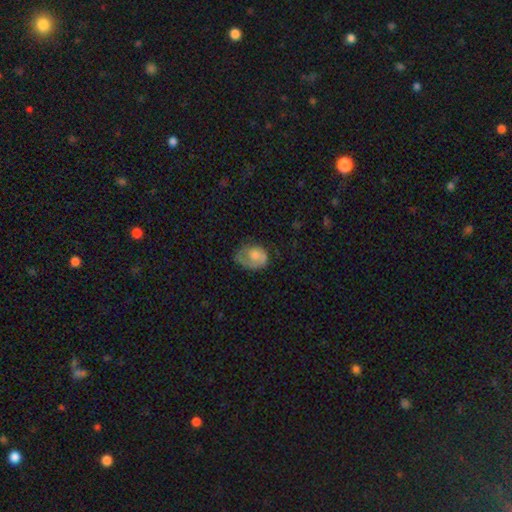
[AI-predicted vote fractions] smooth_or_featured: smooth (p=0.61) [alt: featured or disk p=0.32]
how_rounded: in between (p=0.62) [alt: round p=0.37]
merging: none (p=0.38) [alt: minor disturbance p=0.31]